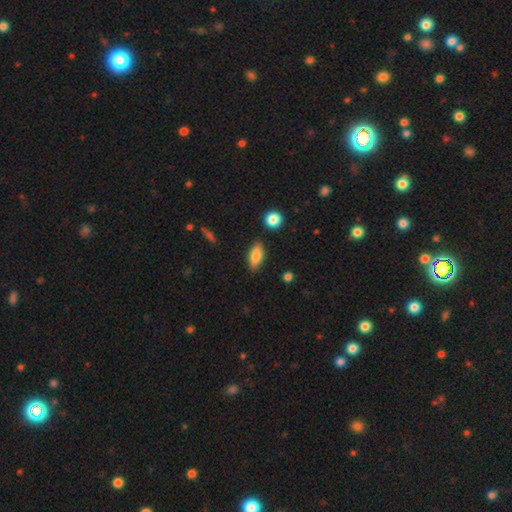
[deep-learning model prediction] Smooth or featured? Predicted: smooth (p=0.82). How rounded? Predicted: in between (p=0.83). Merging? Predicted: none (p=0.84).